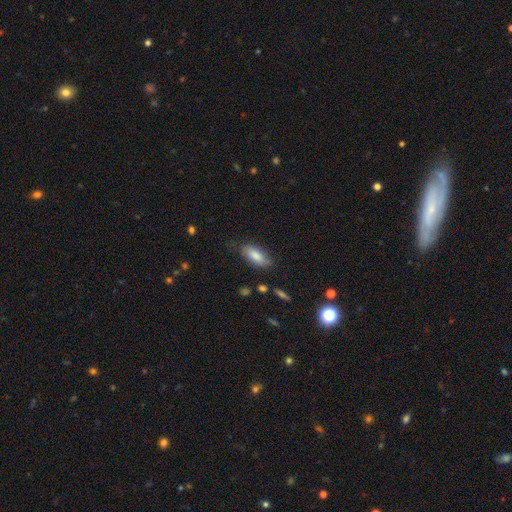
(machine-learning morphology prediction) Smooth or featured?
  - smooth: 82% *
  - featured or disk: 12%
  - star or artifact: 7%
How rounded?
  - in between: 84% *
  - cigar-shaped: 14%
  - round: 2%
Merging?
  - none: 72% *
  - minor disturbance: 21%
  - major disturbance: 5%
  - merger: 2%